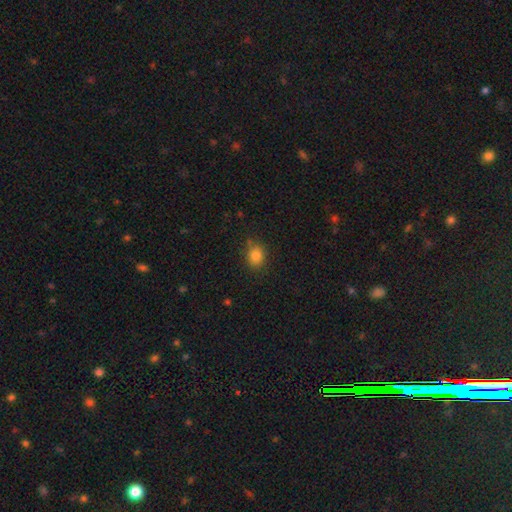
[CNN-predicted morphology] Q: Smooth or featured?
A: smooth (83%); runner-up: star or artifact (11%)
Q: How rounded?
A: round (57%); runner-up: in between (42%)
Q: Merging?
A: none (83%); runner-up: minor disturbance (12%)